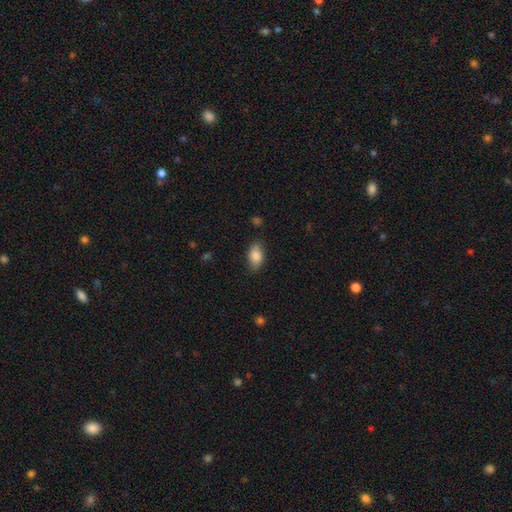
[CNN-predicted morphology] A smooth galaxy with no disk features (83%) that is in between round and cigar-shaped (90%). Merging: none (78%).